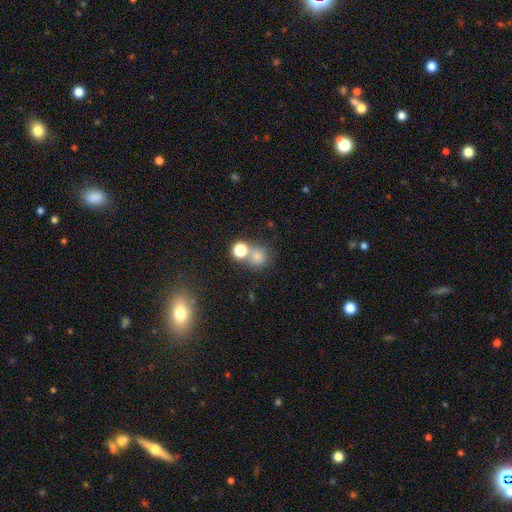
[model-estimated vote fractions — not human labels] Smooth or featured? Predicted: smooth (p=0.75). How rounded? Predicted: round (p=0.87). Merging? Predicted: none (p=0.57).